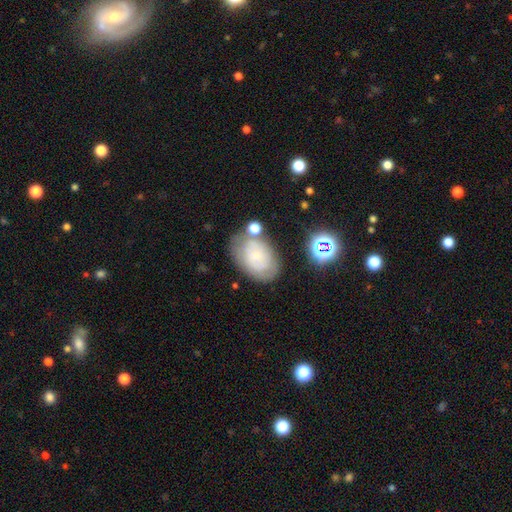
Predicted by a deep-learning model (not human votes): smooth 53%, featured or disk 35%, star or artifact 13%. Down the decision tree: how rounded — in between (84%); merging — none (67%).